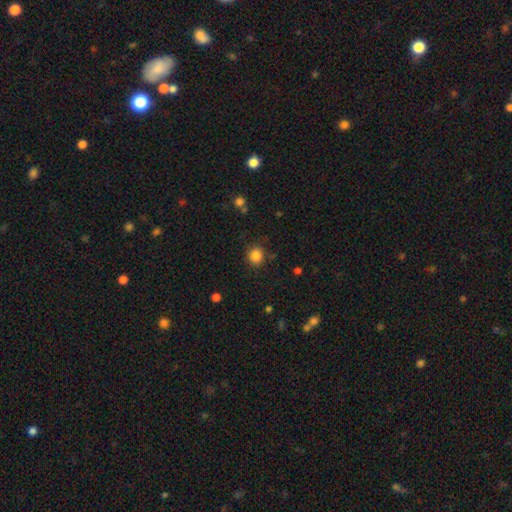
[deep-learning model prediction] smooth 85%, star or artifact 11%, featured or disk 4%. Down the decision tree: how rounded — round (87%); merging — none (86%).